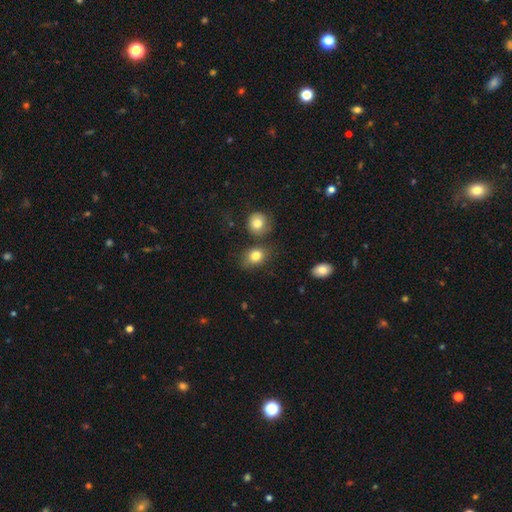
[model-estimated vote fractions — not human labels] Q: Smooth or featured?
A: smooth (81%); runner-up: star or artifact (10%)
Q: How rounded?
A: in between (60%); runner-up: round (38%)
Q: Merging?
A: none (67%); runner-up: minor disturbance (16%)